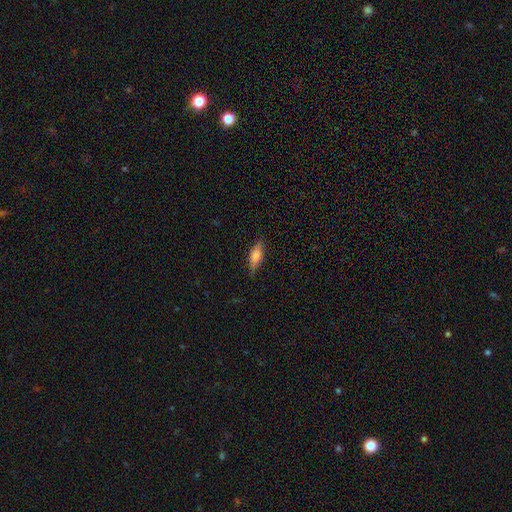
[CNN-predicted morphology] The model was most divided on "how rounded": in between: 63%, cigar-shaped: 34%, round: 3%. More confident: merging — none (81%); smooth or featured — smooth (71%).